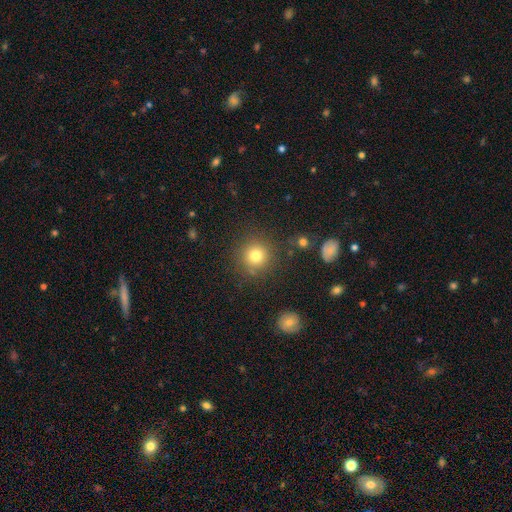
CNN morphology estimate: smooth-or-featured: smooth: 79% | star or artifact: 13% | featured or disk: 8%
  how-rounded: round: 93% | in between: 6% | cigar-shaped: 1%
  merging: none: 84% | minor disturbance: 9% | major disturbance: 4% | merger: 3%